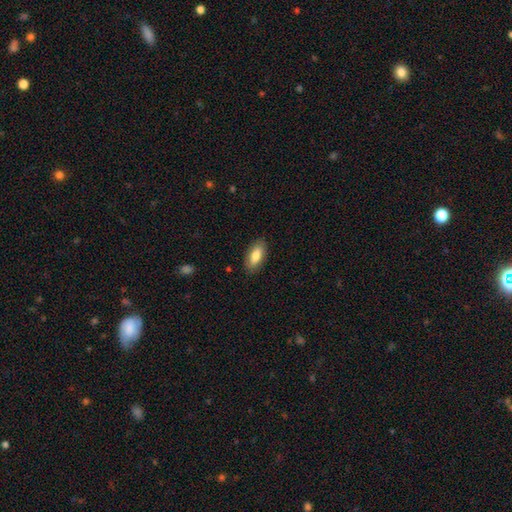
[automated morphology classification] A smooth galaxy with no disk features (79%) that is in between round and cigar-shaped (87%).

Vote fractions:
- Smooth or featured? smooth: 79% / featured or disk: 15% / star or artifact: 6%
- How rounded? in between: 87% / cigar-shaped: 10% / round: 3%
- Merging? none: 86% / minor disturbance: 11% / major disturbance: 3% / merger: 1%